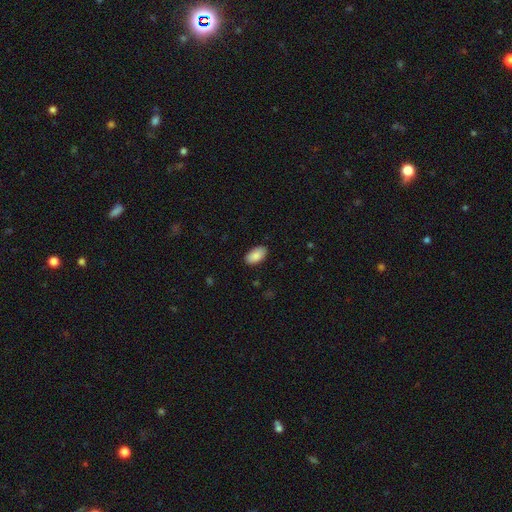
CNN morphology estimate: Overall: smooth (89%). How rounded: in between (95%). Merging: none (87%).